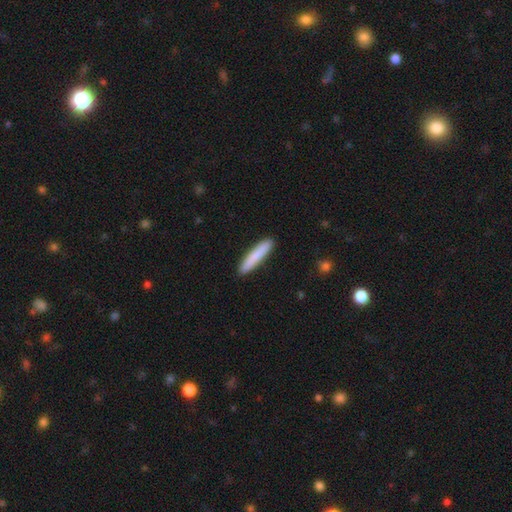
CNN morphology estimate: This is clearly a smooth galaxy (83%). How rounded: clearly cigar-shaped (92%). Merging: clearly none (91%).